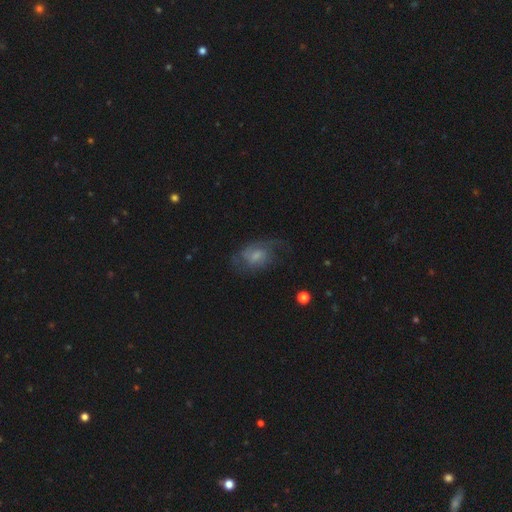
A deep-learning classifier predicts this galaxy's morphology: smooth-or-featured: featured or disk: 56% | smooth: 35% | star or artifact: 9%
  disk-edge-on: no: 96% | yes: 4%
    bar: no: 54% | weak: 41% | strong: 6%
    has-spiral-arms: yes: 78% | no: 22%
    bulge-size: small: 44% | moderate: 32% | none: 18% | large: 6% | dominant: 2%
  merging: none: 47% | major disturbance: 26% | minor disturbance: 25% | merger: 2%